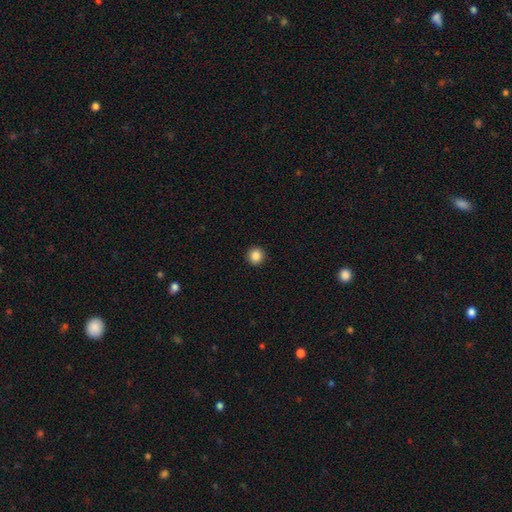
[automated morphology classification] Smooth or featured?
  - smooth: 86% *
  - star or artifact: 10%
  - featured or disk: 4%
How rounded?
  - round: 94% *
  - in between: 6%
  - cigar-shaped: 1%
Merging?
  - none: 93% *
  - minor disturbance: 5%
  - major disturbance: 2%
  - merger: 1%